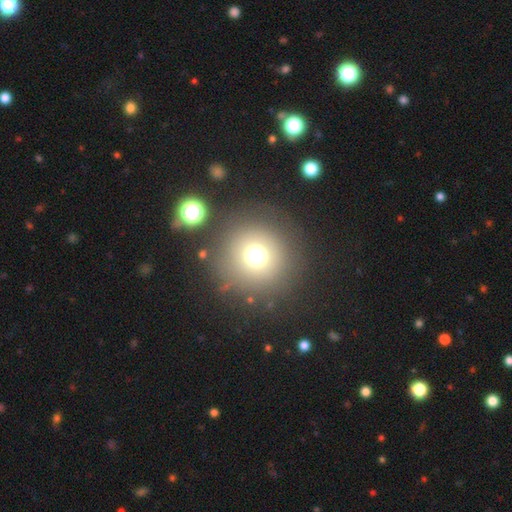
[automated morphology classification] Q: Smooth or featured?
A: smooth (69%); runner-up: star or artifact (21%)
Q: How rounded?
A: round (94%); runner-up: in between (5%)
Q: Merging?
A: none (81%); runner-up: minor disturbance (7%)